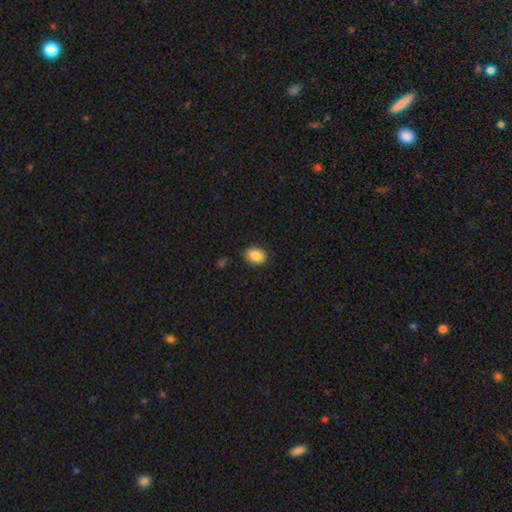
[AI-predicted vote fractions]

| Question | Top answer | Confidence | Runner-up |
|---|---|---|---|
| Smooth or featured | smooth | 88% | star or artifact (8%) |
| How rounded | in between | 69% | round (30%) |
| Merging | none | 86% | minor disturbance (10%) |